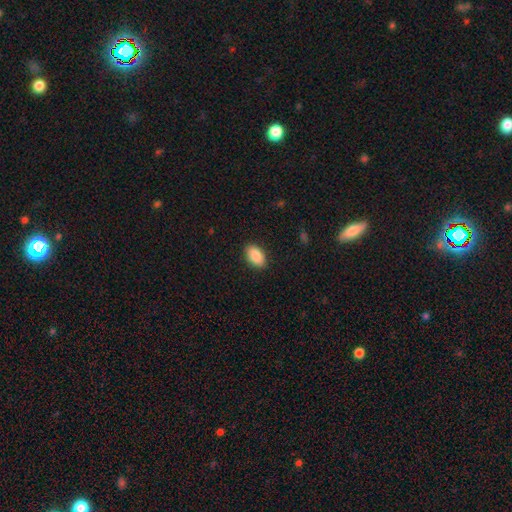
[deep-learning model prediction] Morphology: type=smooth (90%); roundness=in between (93%); merging=none (89%).